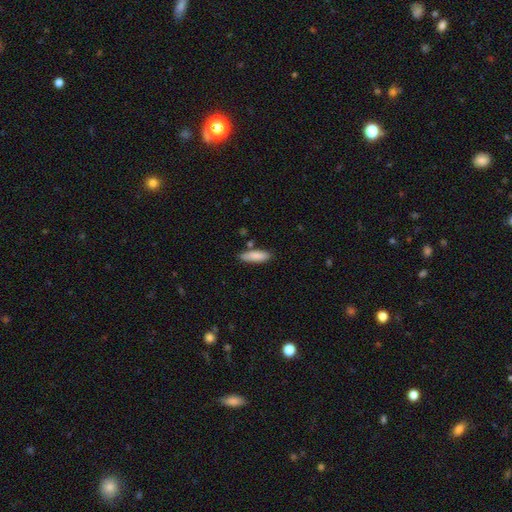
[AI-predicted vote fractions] smooth-or-featured: smooth: 86% | featured or disk: 8% | star or artifact: 6%
  how-rounded: cigar-shaped: 51% | in between: 48% | round: 2%
  merging: none: 78% | minor disturbance: 14% | merger: 5% | major disturbance: 3%